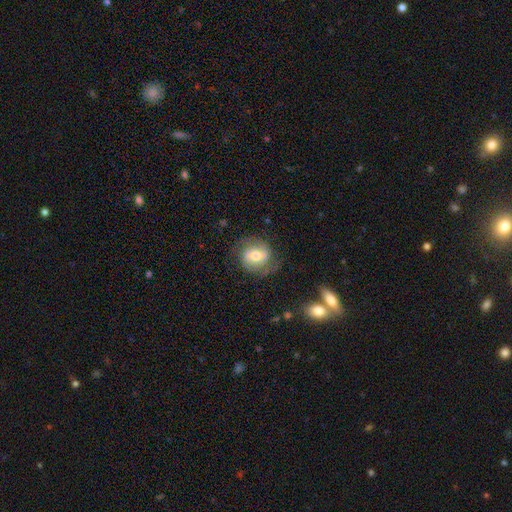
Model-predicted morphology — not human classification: This is possibly a smooth galaxy (50%). How rounded: likely round (74%). Merging: likely none (68%).